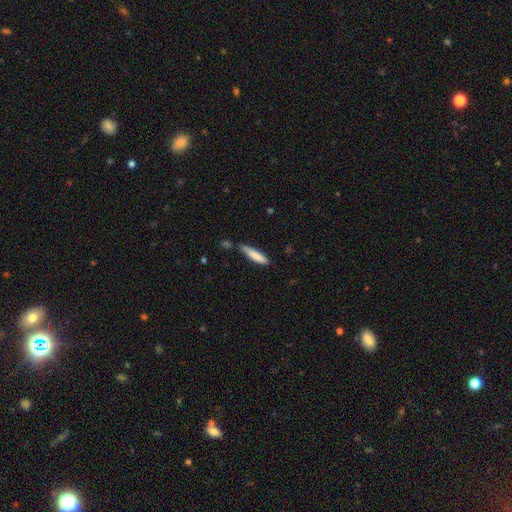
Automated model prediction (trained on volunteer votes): Q: Smooth or featured?
A: smooth (79%); runner-up: featured or disk (15%)
Q: How rounded?
A: cigar-shaped (85%); runner-up: in between (13%)
Q: Merging?
A: none (65%); runner-up: minor disturbance (24%)